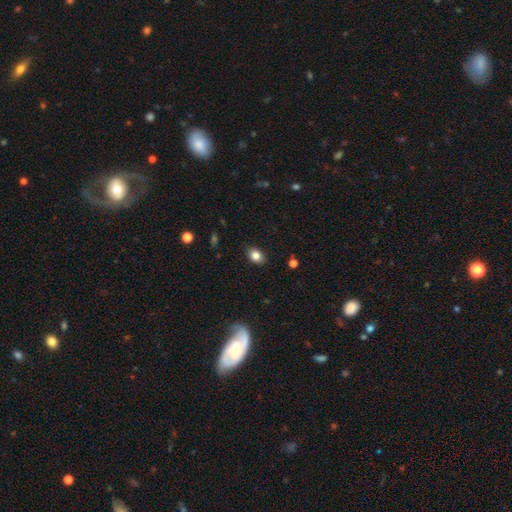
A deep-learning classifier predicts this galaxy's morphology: Smooth or featured? smooth (84%)
How rounded? in between (74%)
Merging? none (88%)